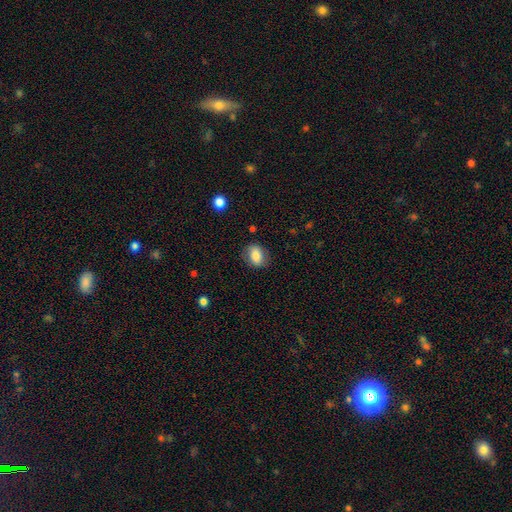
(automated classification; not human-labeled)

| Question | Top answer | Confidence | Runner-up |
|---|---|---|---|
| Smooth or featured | smooth | 80% | featured or disk (12%) |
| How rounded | in between | 63% | round (35%) |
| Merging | none | 80% | minor disturbance (14%) |